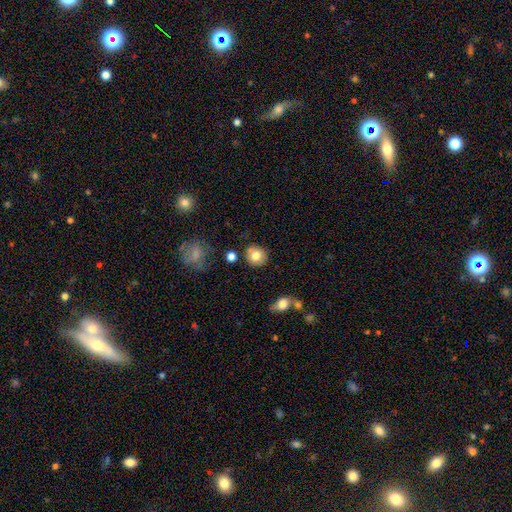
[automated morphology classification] smooth 79%, featured or disk 11%, star or artifact 10%. Down the decision tree: how rounded — round (88%); merging — none (81%).